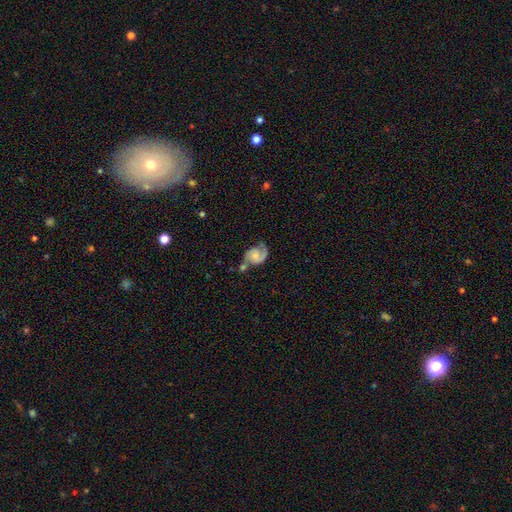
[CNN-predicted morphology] The model was most divided on "spiral winding": medium: 46%, tight: 31%, loose: 23%. Remaining: edge-on disk — no (98%); spiral arms — yes (95%); smooth or featured — featured or disk (78%); bar — no (70%); spiral arm count — 2 (65%); bulge size — small (50%); merging — none (44%).